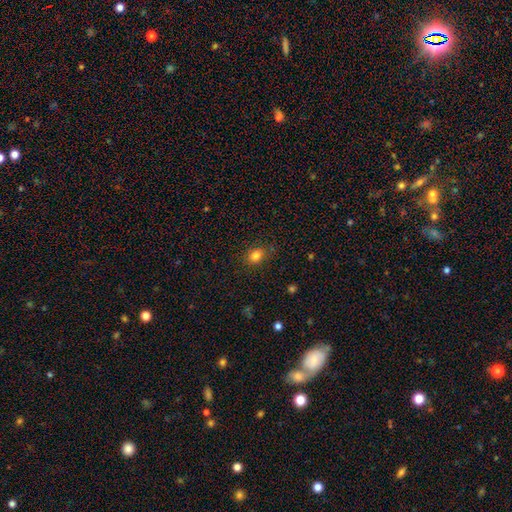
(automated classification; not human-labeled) This appears to be a smooth galaxy with no disk features (82%) that is round (53%). Merging: none (84%).